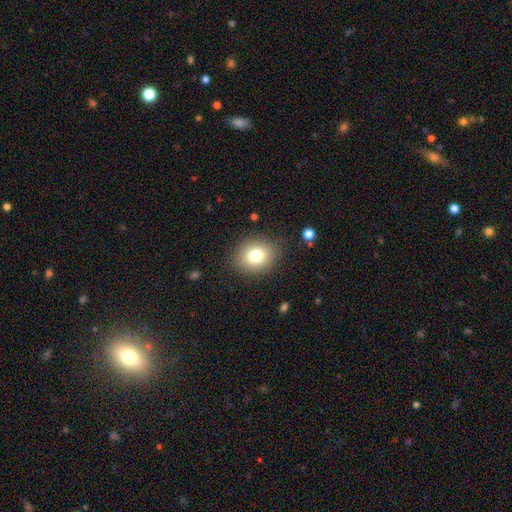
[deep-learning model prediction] A smooth galaxy with no disk features (77%) that is round (60%). Merging: none (85%).